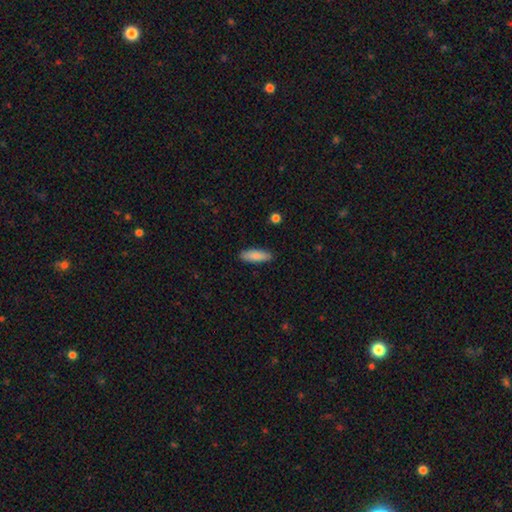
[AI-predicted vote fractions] smooth_or_featured: smooth (p=0.86) [alt: featured or disk p=0.08]
how_rounded: in between (p=0.51) [alt: cigar-shaped p=0.47]
merging: none (p=0.88) [alt: minor disturbance p=0.09]